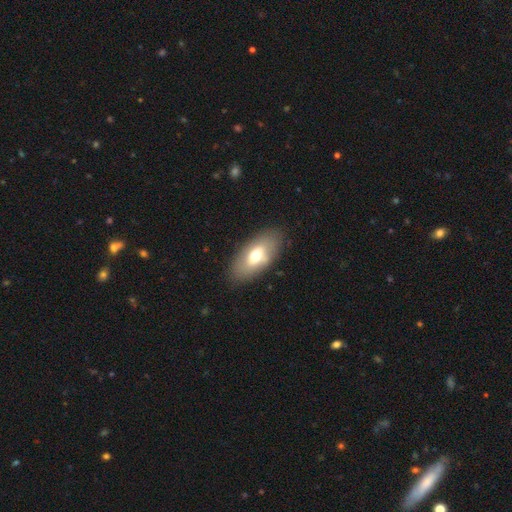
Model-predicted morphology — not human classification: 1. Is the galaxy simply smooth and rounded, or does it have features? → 63% smooth, 30% featured or disk, 7% star or artifact.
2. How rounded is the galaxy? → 90% in between, 6% cigar-shaped, 4% round.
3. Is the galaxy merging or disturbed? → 85% none, 11% minor disturbance, 4% major disturbance, 1% merger.